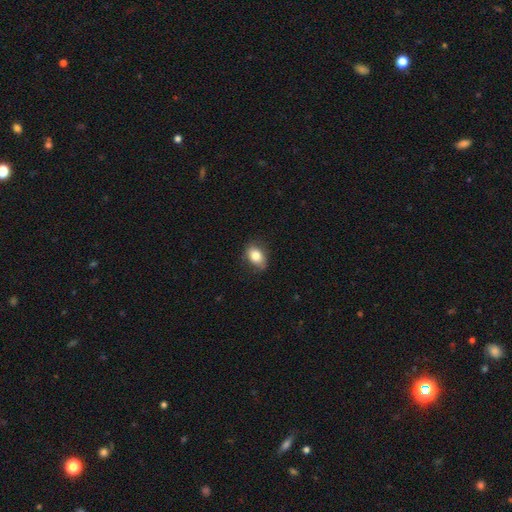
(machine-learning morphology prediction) A smooth galaxy with no disk features (80%) that is in between round and cigar-shaped (81%).

Vote fractions:
- Smooth or featured? smooth: 80% / featured or disk: 11% / star or artifact: 8%
- How rounded? in between: 81% / round: 18% / cigar-shaped: 2%
- Merging? none: 75% / minor disturbance: 20% / major disturbance: 4% / merger: 1%